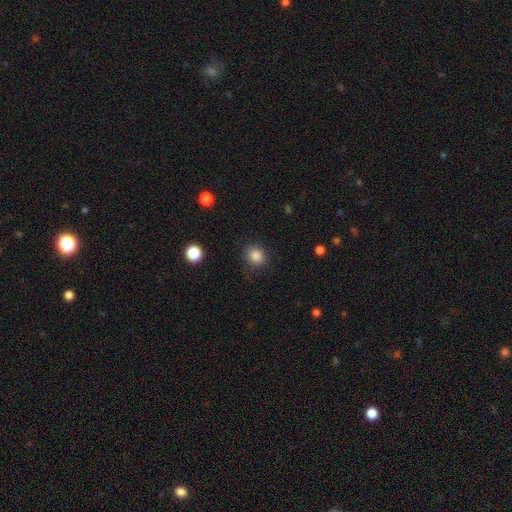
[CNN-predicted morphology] Overall: smooth (85%). How rounded: round (83%). Merging: none (84%).